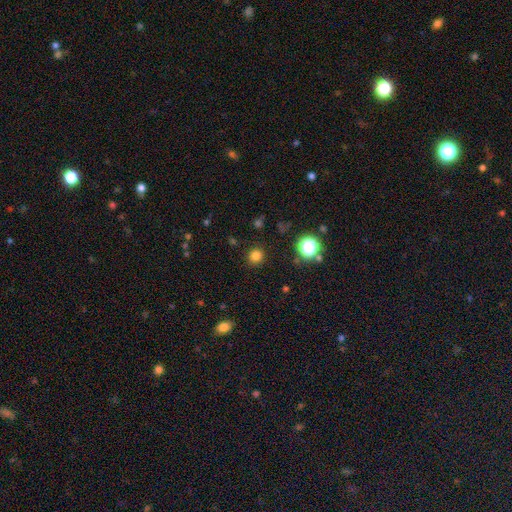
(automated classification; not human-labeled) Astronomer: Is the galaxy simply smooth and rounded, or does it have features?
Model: smooth — 80%.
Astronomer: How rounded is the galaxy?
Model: round — 91%.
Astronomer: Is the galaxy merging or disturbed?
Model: none — 90%.